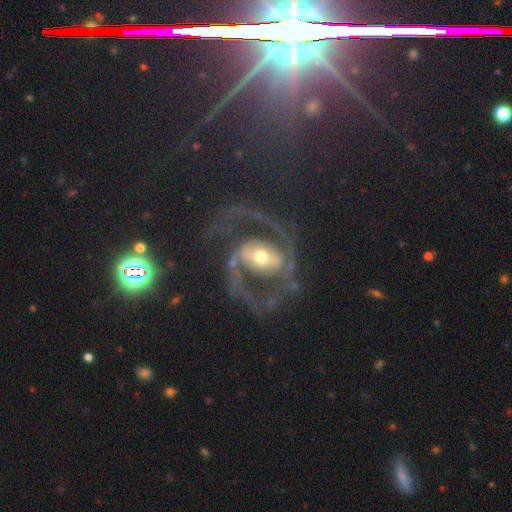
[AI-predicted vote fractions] smooth-or-featured: featured or disk: 87% | star or artifact: 7% | smooth: 6%
  disk-edge-on: no: 97% | yes: 3%
    bar: strong: 42% | weak: 34% | no: 25%
    has-spiral-arms: yes: 92% | no: 8%
      spiral-winding: medium: 56% | loose: 25% | tight: 18%
      spiral-arm-count: 2: 85% | can't tell: 4% | 3: 4% | 1: 3% | 4: 2% | more than 4: 2%
    bulge-size: moderate: 61% | small: 26% | large: 10% | dominant: 2% | none: 1%
  merging: none: 60% | major disturbance: 22% | minor disturbance: 15% | merger: 3%